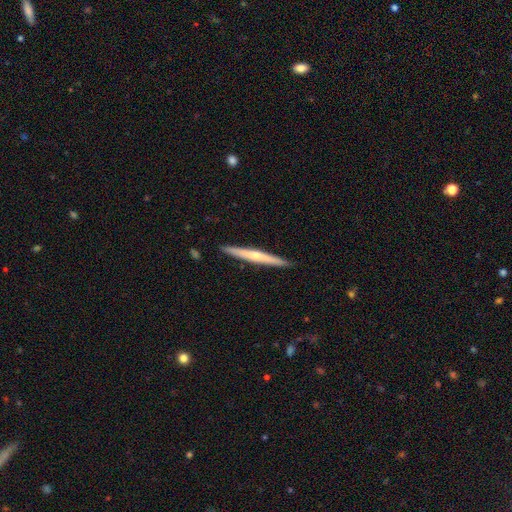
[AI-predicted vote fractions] Smooth or featured? Predicted: featured or disk (p=0.57). Edge-on disk? Predicted: yes (p=0.97). Edge-on bulge? Predicted: rounded (p=0.63). Merging? Predicted: none (p=0.91).